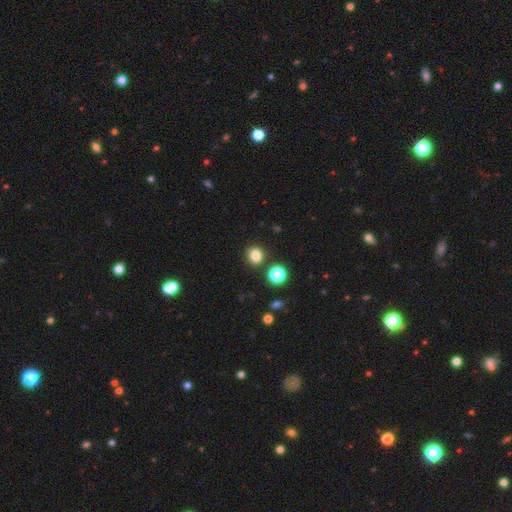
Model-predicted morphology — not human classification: type=smooth (82%); roundness=round (76%); merging=none (83%).